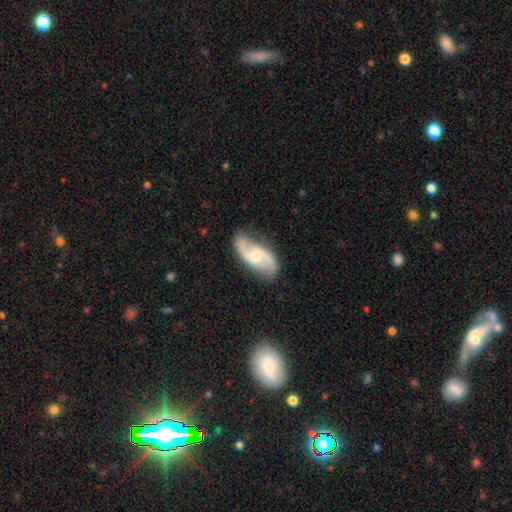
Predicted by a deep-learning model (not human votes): Smooth or featured? featured or disk (85%)
Edge-on disk? no (96%)
Bar? weak (52%)
Spiral arms? yes (96%)
Spiral winding? loose (56%)
Spiral arm count? 2 (93%)
Bulge size? small (45%)
Merging? none (81%)